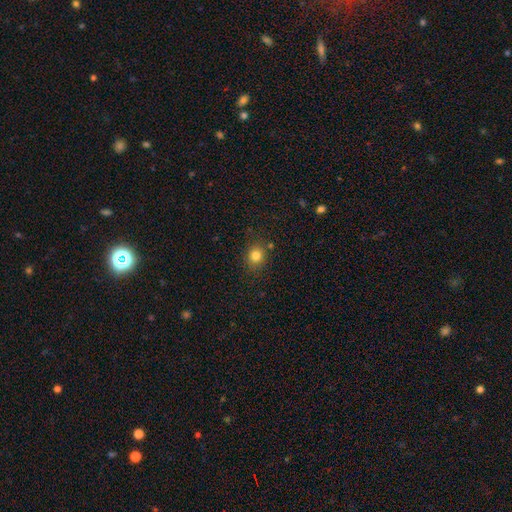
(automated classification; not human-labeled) The model was most divided on "how rounded": round: 78%, in between: 21%, cigar-shaped: 1%. More confident: merging — none (83%); smooth or featured — smooth (81%).